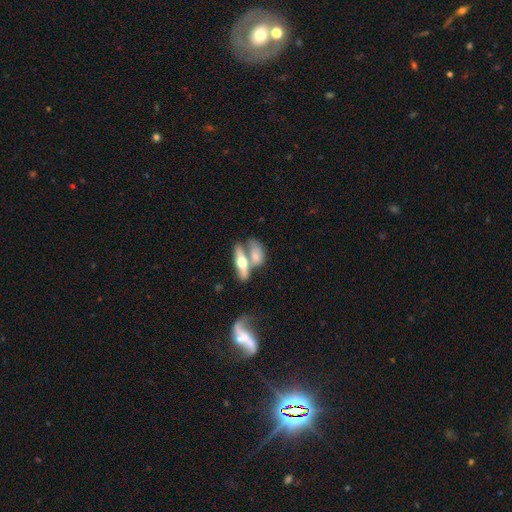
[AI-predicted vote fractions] This is possibly a smooth galaxy (51%). How rounded: likely in between (64%). Merging: possibly merger (53%).